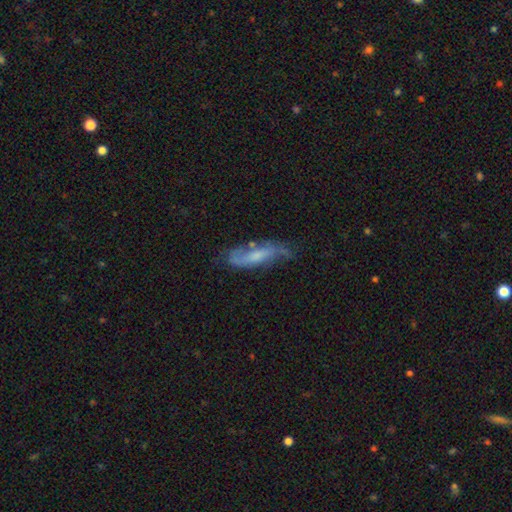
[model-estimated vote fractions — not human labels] featured or disk 64%, smooth 29%, star or artifact 8%. Down the decision tree: edge-on disk — no (75%); merging — none (52%).